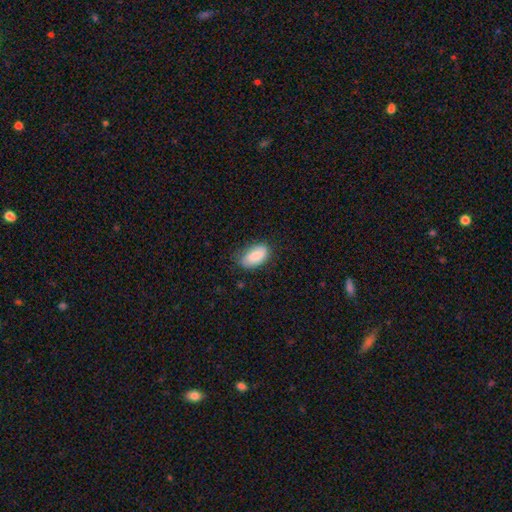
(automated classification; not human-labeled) Smooth or featured? Predicted: smooth (p=0.83). How rounded? Predicted: in between (p=0.93). Merging? Predicted: none (p=0.71).